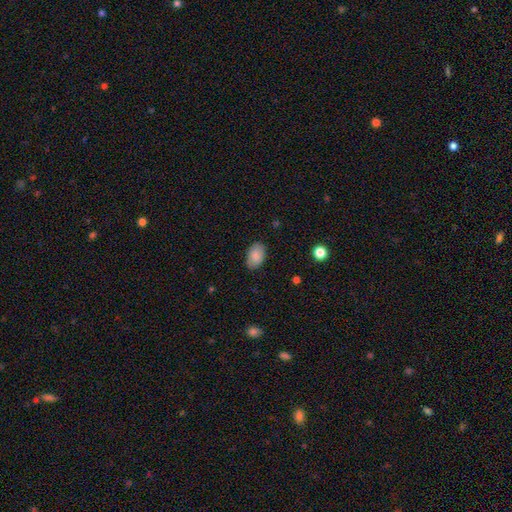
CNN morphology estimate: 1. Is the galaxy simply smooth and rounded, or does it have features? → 88% smooth, 7% star or artifact, 5% featured or disk.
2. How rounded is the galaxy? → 90% in between, 9% round, 1% cigar-shaped.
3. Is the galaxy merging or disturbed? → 84% none, 12% minor disturbance, 3% major disturbance, 1% merger.